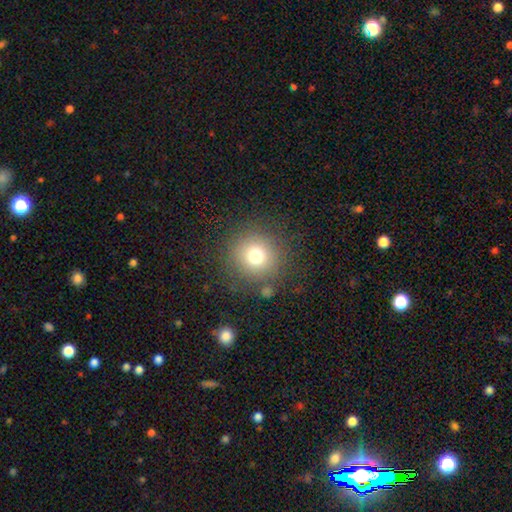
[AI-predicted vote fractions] This is likely a smooth galaxy (74%). How rounded: clearly round (94%). Merging: clearly none (84%).